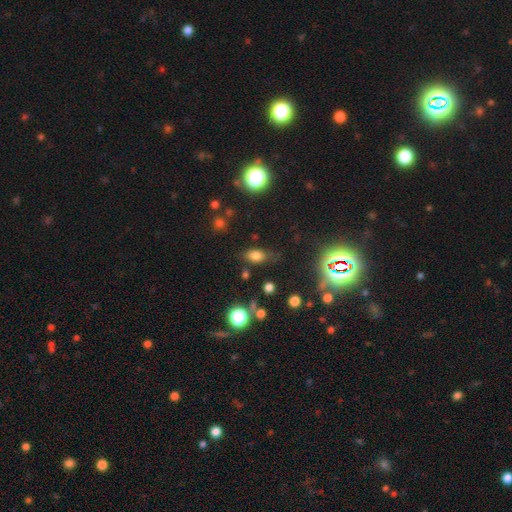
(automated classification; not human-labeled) Smooth or featured? Predicted: smooth (p=0.74). How rounded? Predicted: in between (p=0.84). Merging? Predicted: none (p=0.70).